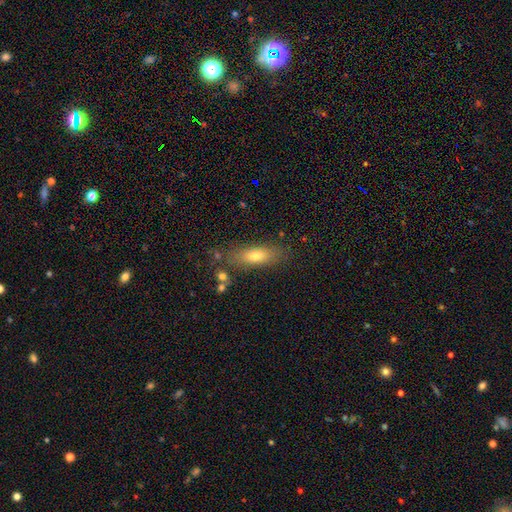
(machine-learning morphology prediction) smooth-or-featured: smooth: 70% | featured or disk: 21% | star or artifact: 9%
  how-rounded: in between: 57% | cigar-shaped: 39% | round: 4%
  merging: none: 78% | minor disturbance: 14% | major disturbance: 4% | merger: 4%